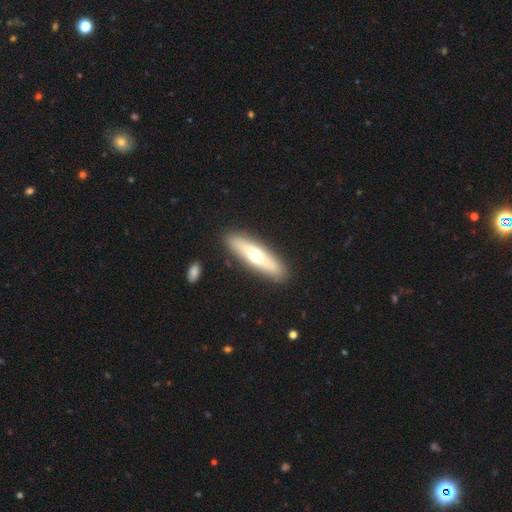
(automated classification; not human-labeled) Morphology: type=smooth (52%); roundness=cigar-shaped (64%); merging=none (88%).